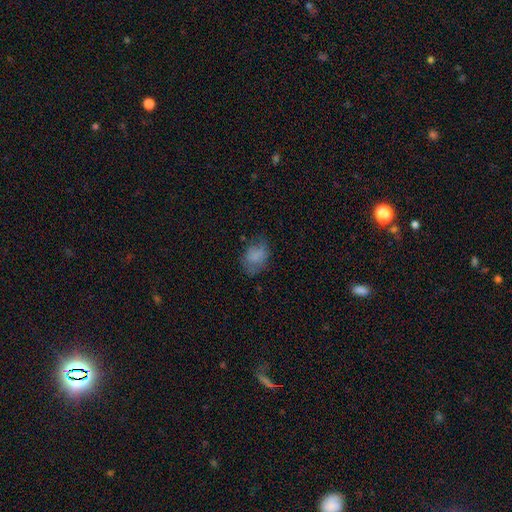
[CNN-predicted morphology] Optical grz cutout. It shows a smooth galaxy with no disk features (75%) that is in between round and cigar-shaped (73%). Merging: none (60%).